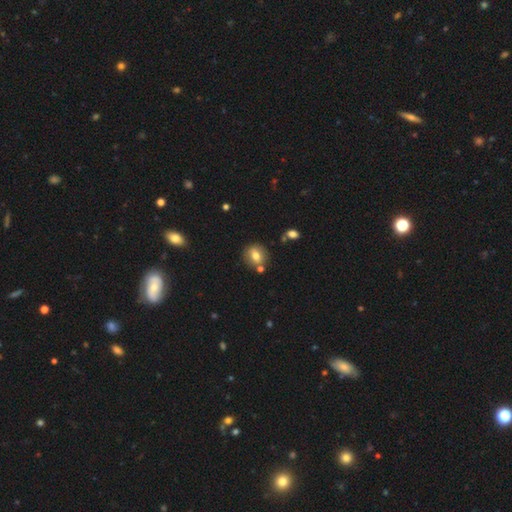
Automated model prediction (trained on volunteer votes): This appears to be a smooth galaxy with no disk features (72%) that is round (69%). Merging: none (75%).